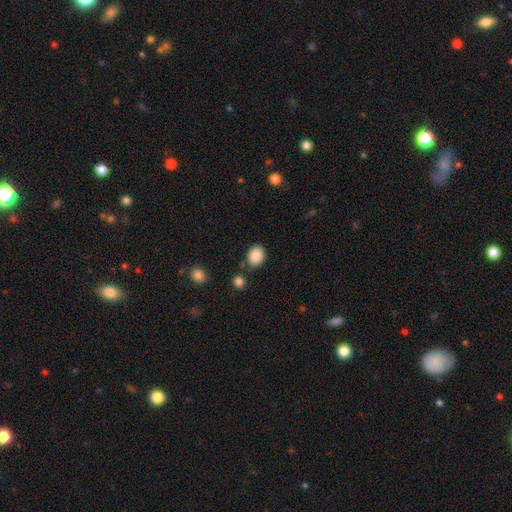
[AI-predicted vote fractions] smooth_or_featured: smooth (p=0.87) [alt: star or artifact p=0.08]
how_rounded: round (p=0.53) [alt: in between p=0.46]
merging: none (p=0.79) [alt: minor disturbance p=0.12]